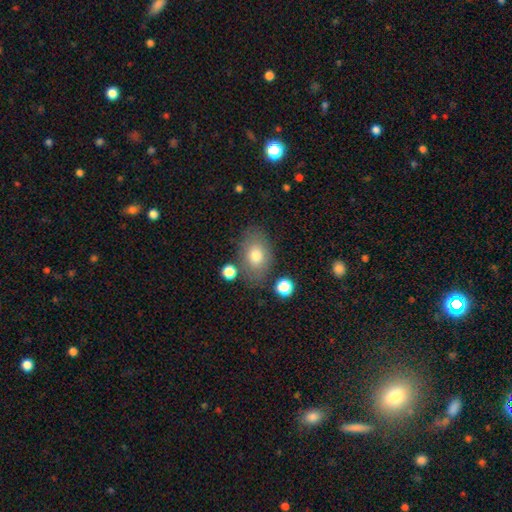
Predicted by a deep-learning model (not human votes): Smooth or featured? Predicted: smooth (p=0.74). How rounded? Predicted: in between (p=0.83). Merging? Predicted: none (p=0.75).